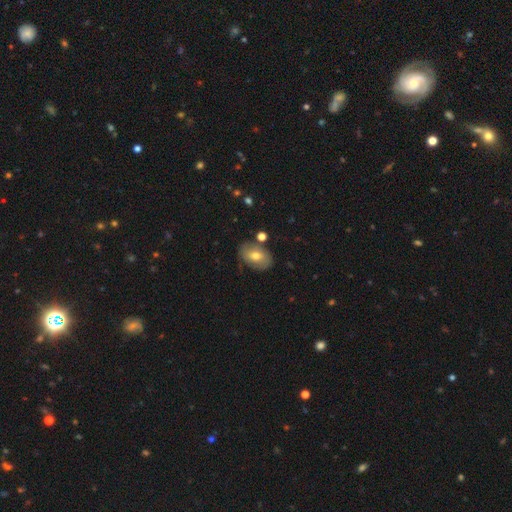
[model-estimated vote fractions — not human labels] This appears to be a smooth galaxy with no disk features (63%) that is in between round and cigar-shaped (82%). Merging: none (79%).